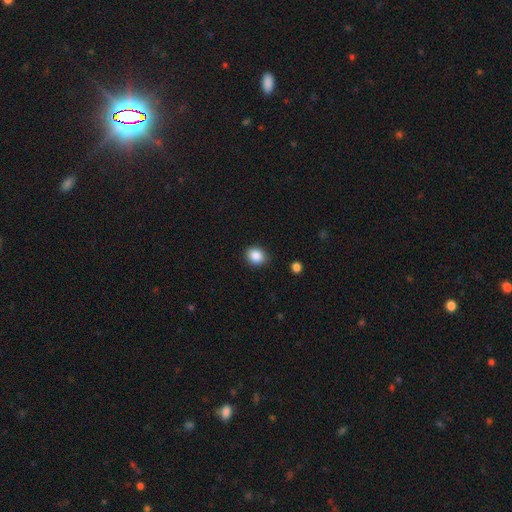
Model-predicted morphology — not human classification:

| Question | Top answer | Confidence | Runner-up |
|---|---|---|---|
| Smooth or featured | smooth | 87% | star or artifact (9%) |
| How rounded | round | 57% | in between (42%) |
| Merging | none | 87% | minor disturbance (9%) |